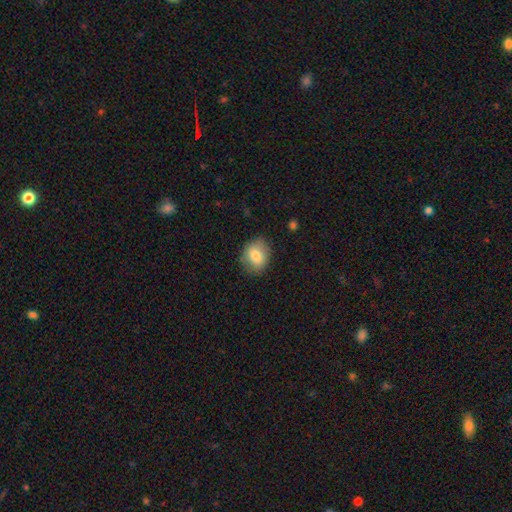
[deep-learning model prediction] Morphology: type=smooth (78%); roundness=in between (52%); merging=none (82%).